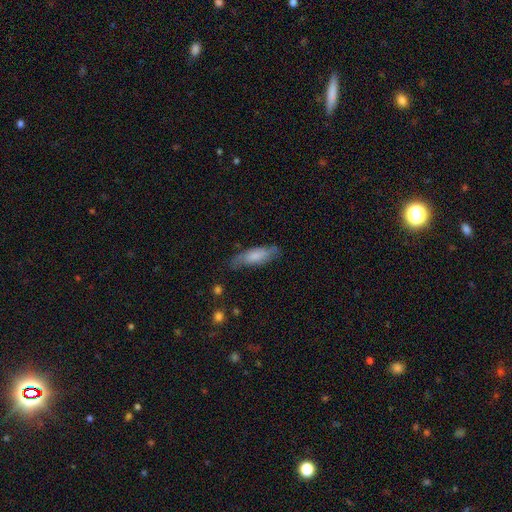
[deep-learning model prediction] Q: Smooth or featured?
A: smooth (68%); runner-up: featured or disk (26%)
Q: How rounded?
A: in between (53%); runner-up: cigar-shaped (45%)
Q: Merging?
A: none (69%); runner-up: minor disturbance (23%)